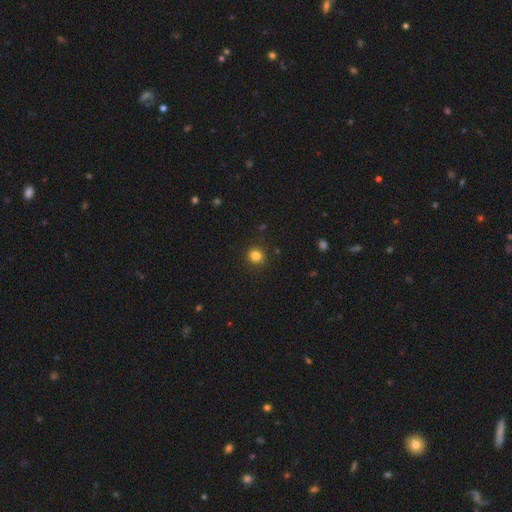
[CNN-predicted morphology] Smooth or featured? smooth (82%)
How rounded? round (91%)
Merging? none (90%)